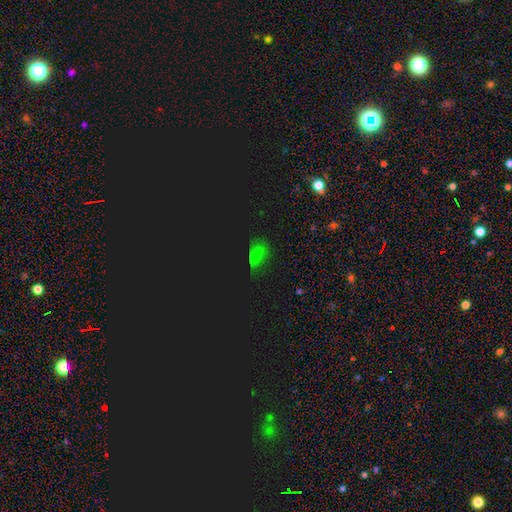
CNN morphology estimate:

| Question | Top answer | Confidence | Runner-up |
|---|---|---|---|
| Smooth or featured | star or artifact | 55% | smooth (37%) |